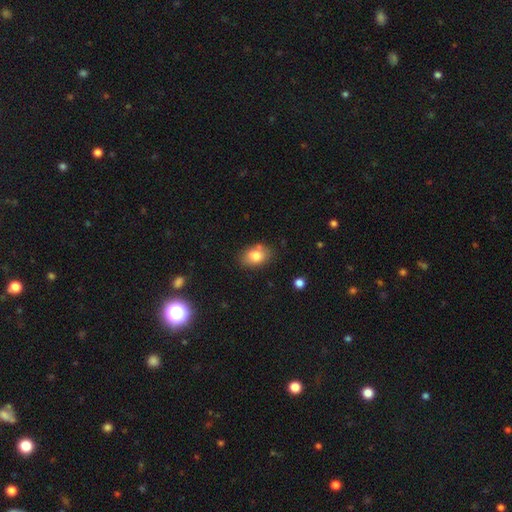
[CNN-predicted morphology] Smooth or featured?
  - smooth: 81% *
  - featured or disk: 10%
  - star or artifact: 9%
How rounded?
  - in between: 81% *
  - round: 17%
  - cigar-shaped: 1%
Merging?
  - none: 73% *
  - minor disturbance: 17%
  - merger: 6%
  - major disturbance: 4%